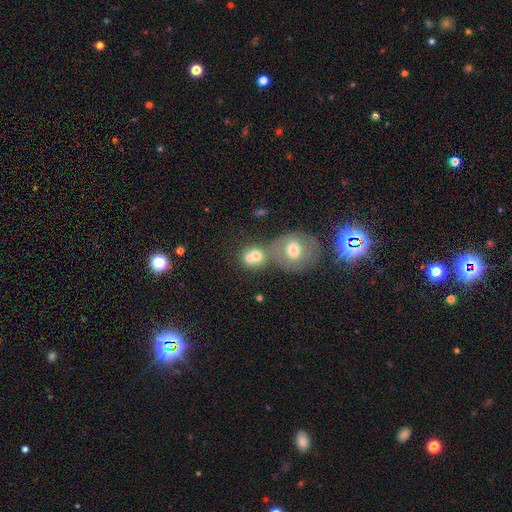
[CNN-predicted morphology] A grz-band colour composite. It shows a smooth galaxy with no disk features (67%) that is round (70%). Merging: merger (65%).